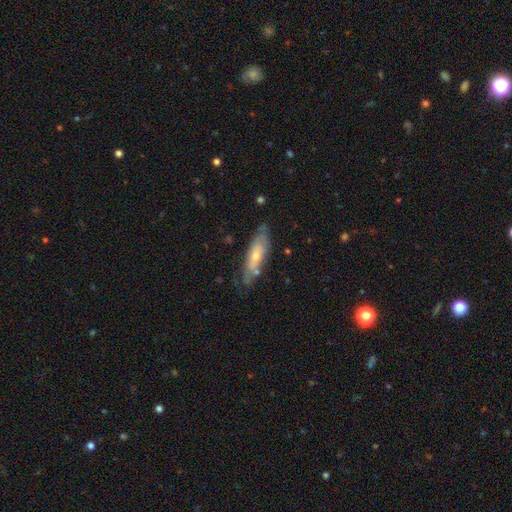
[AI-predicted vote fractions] This is possibly a featured or disk galaxy (55%). It is likely not viewed edge-on (63%). Merging: likely none (68%).